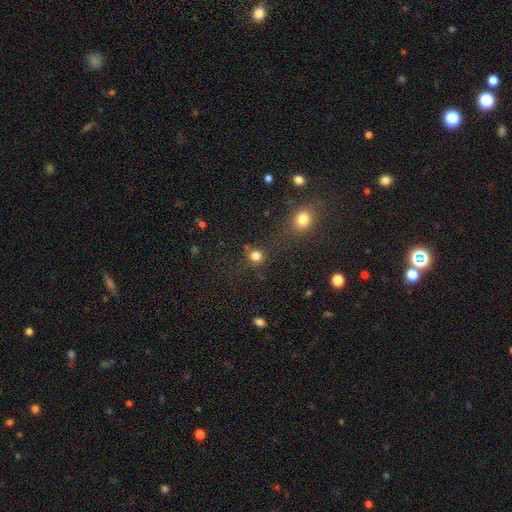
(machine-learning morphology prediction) type=smooth (79%); roundness=round (88%); merging=none (75%).